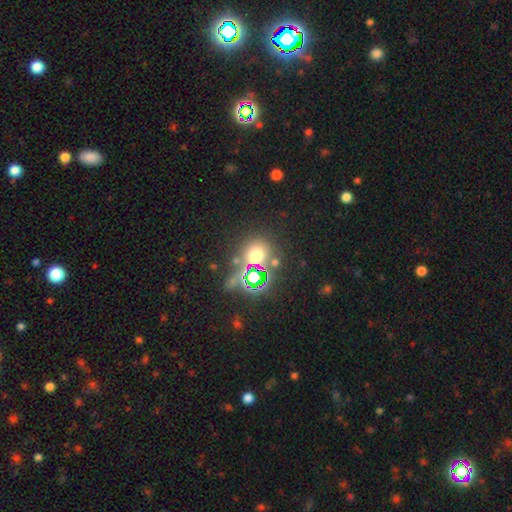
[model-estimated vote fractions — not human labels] smooth_or_featured: smooth (p=0.50) [alt: star or artifact p=0.41]
merging: none (p=0.69) [alt: merger p=0.15]